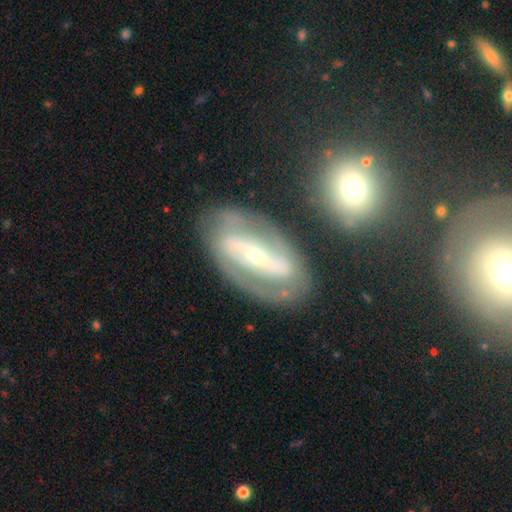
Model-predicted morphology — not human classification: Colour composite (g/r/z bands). It shows a featured or disk galaxy (85%) with a strong bar (65%), 2 (84%) medium (42%) spiral arms (86%) and a small central bulge (69%). Merging: none (75%).